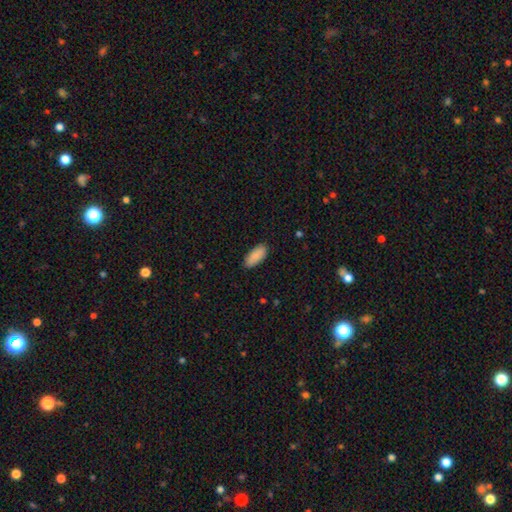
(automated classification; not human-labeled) smooth_or_featured: smooth (p=0.89) [alt: star or artifact p=0.06]
how_rounded: in between (p=0.87) [alt: cigar-shaped p=0.11]
merging: none (p=0.88) [alt: minor disturbance p=0.09]